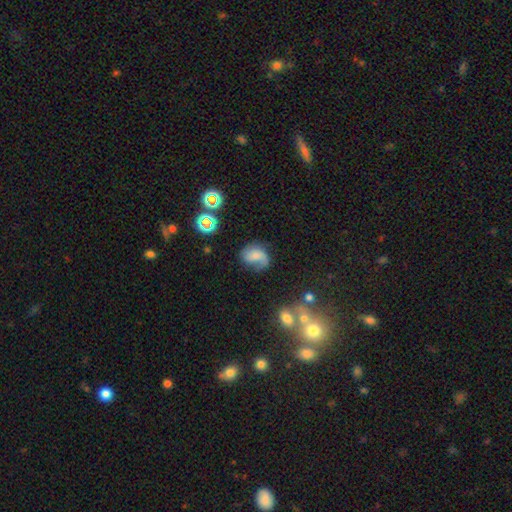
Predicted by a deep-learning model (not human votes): A featured or disk galaxy (48%).

Vote fractions:
- Smooth or featured? featured or disk: 48% / smooth: 40% / star or artifact: 12%
- Merging? none: 43% / minor disturbance: 27% / major disturbance: 26% / merger: 4%